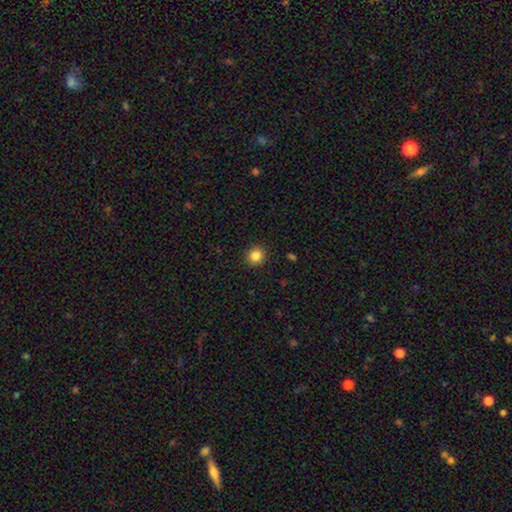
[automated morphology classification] The model was most divided on "how rounded": round: 84%, in between: 15%, cigar-shaped: 1%. More confident: merging — none (91%); smooth or featured — smooth (85%).